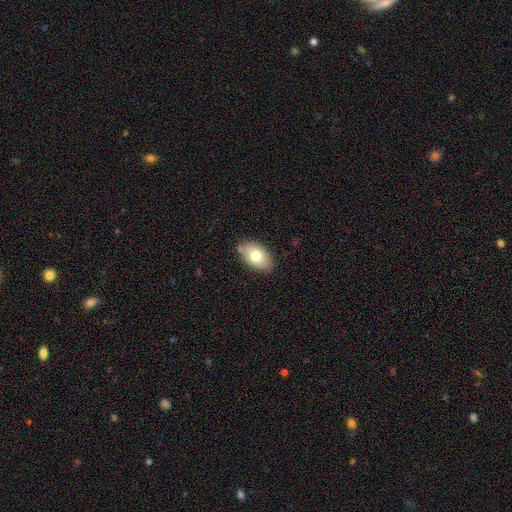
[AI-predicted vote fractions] Smooth or featured? smooth (72%)
How rounded? in between (92%)
Merging? none (81%)